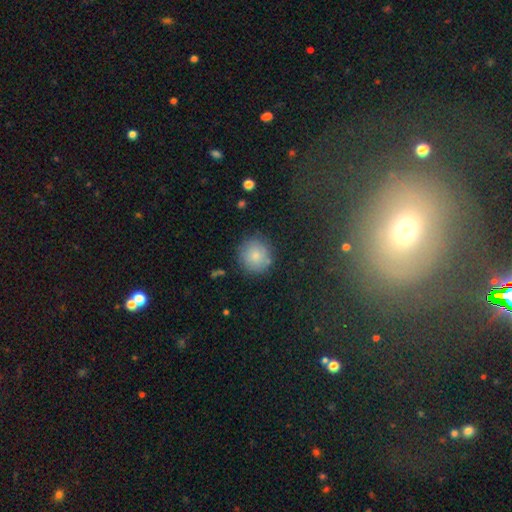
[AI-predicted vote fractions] Smooth or featured: smooth — 79% (star or artifact — 11%)
How rounded: round — 92% (in between — 7%)
Merging: none — 83% (minor disturbance — 11%)